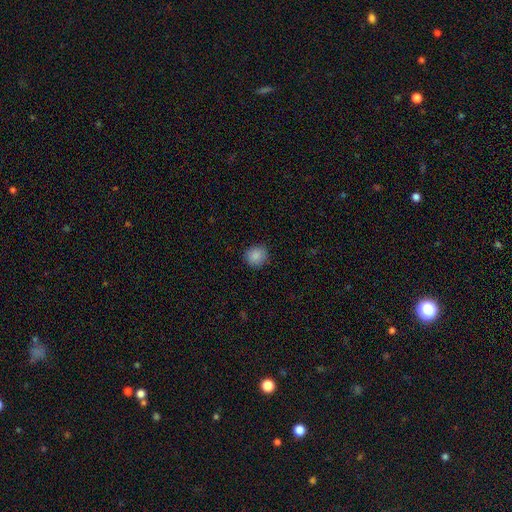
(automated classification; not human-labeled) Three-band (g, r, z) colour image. It shows a smooth galaxy with no disk features (87%) that is round (89%). Merging: none (87%).